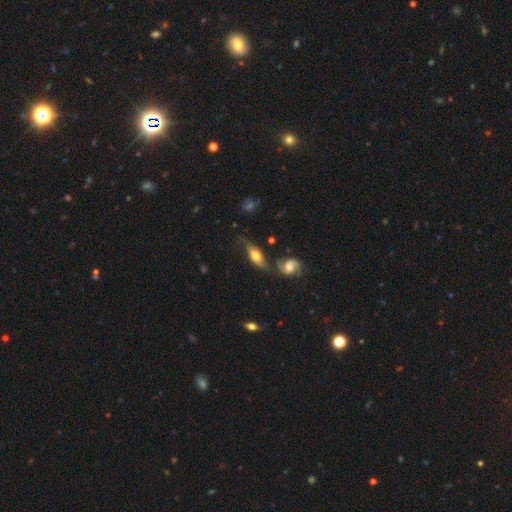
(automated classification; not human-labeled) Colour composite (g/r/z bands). It shows a featured or disk galaxy (54%). Merging: none (45%).